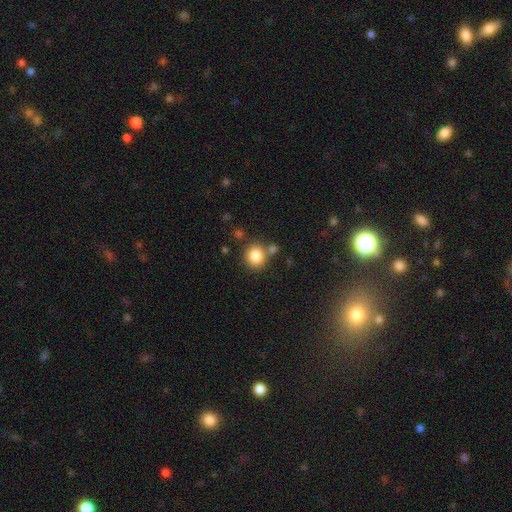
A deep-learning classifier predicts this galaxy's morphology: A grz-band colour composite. It shows a smooth galaxy with no disk features (84%) that is round (85%). Merging: none (72%).